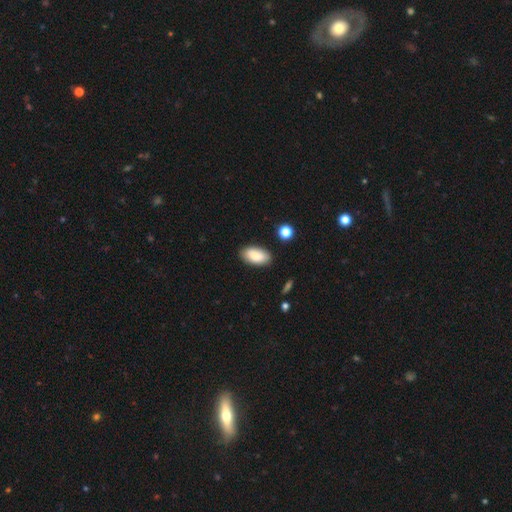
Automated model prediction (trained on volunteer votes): A smooth galaxy with no disk features (85%) that is in between round and cigar-shaped (93%). Merging: none (85%).